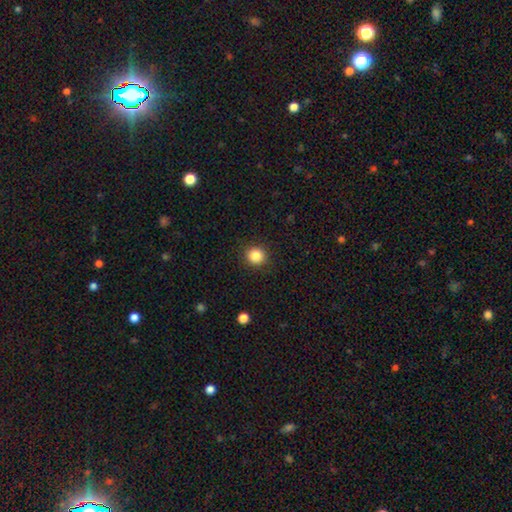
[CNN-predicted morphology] Overall: smooth (85%). How rounded: round (90%). Merging: none (91%).